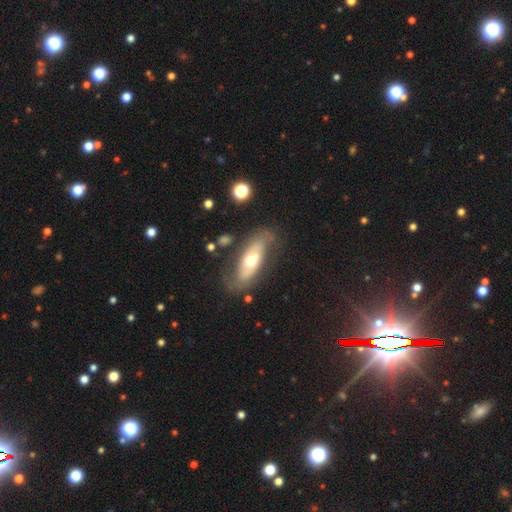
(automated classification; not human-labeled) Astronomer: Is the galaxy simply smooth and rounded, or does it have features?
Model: featured or disk — 50%.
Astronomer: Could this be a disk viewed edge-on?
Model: no — 54% (runner-up: yes, 46%).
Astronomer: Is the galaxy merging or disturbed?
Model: none — 76%.